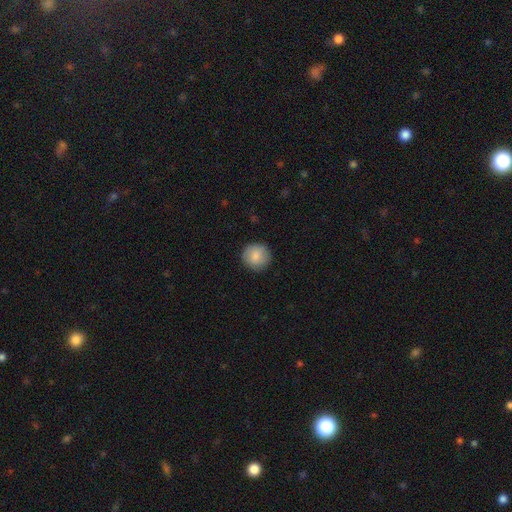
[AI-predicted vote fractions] smooth-or-featured: smooth: 85% | featured or disk: 8% | star or artifact: 7%
  how-rounded: round: 94% | in between: 5% | cigar-shaped: 1%
  merging: none: 90% | minor disturbance: 7% | major disturbance: 2% | merger: 1%